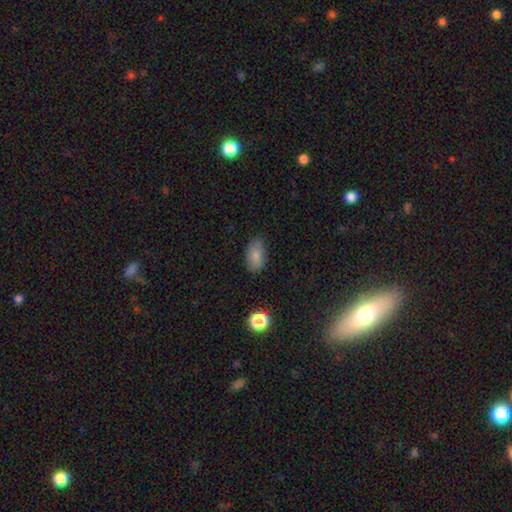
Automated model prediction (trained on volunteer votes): Smooth or featured? smooth (82%)
How rounded? in between (90%)
Merging? none (77%)